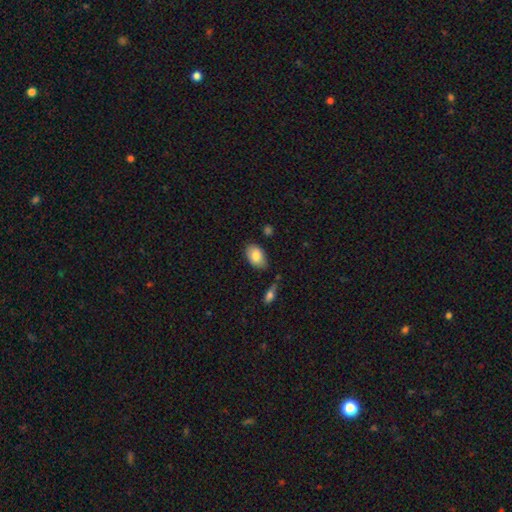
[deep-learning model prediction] Smooth or featured?
  - smooth: 83% *
  - featured or disk: 11%
  - star or artifact: 7%
How rounded?
  - in between: 91% *
  - round: 7%
  - cigar-shaped: 1%
Merging?
  - none: 78% *
  - minor disturbance: 16%
  - merger: 3%
  - major disturbance: 3%